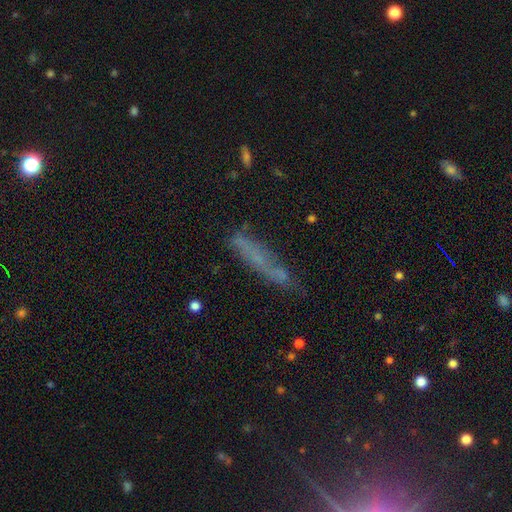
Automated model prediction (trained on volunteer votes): This is possibly a smooth galaxy (51%). How rounded: clearly cigar-shaped (85%). Merging: possibly none (59%).